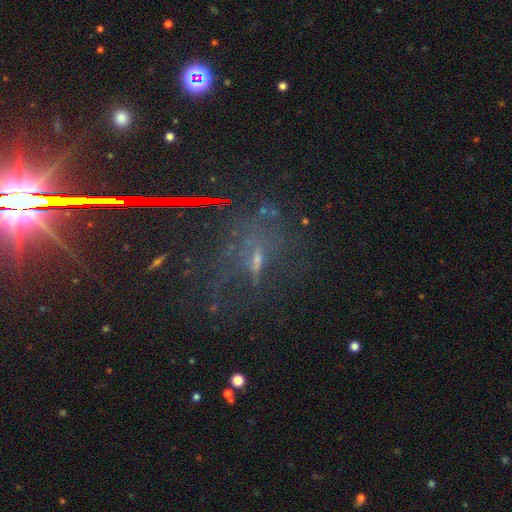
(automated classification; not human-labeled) Q: Smooth or featured?
A: featured or disk (40%); runner-up: star or artifact (39%)
Q: Merging?
A: none (53%); runner-up: major disturbance (25%)